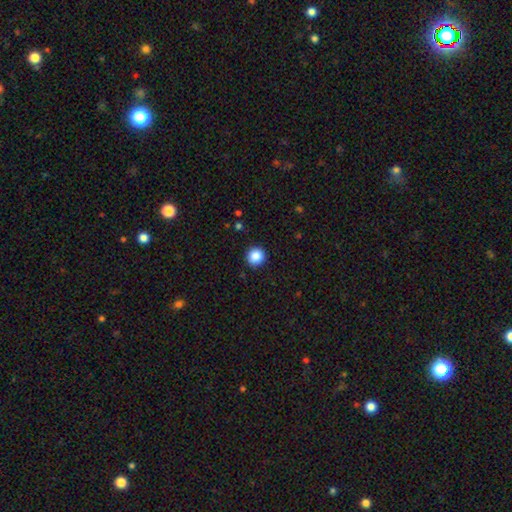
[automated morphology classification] smooth_or_featured: smooth (p=0.87) [alt: star or artifact p=0.10]
how_rounded: round (p=0.94) [alt: in between p=0.05]
merging: none (p=0.91) [alt: minor disturbance p=0.06]